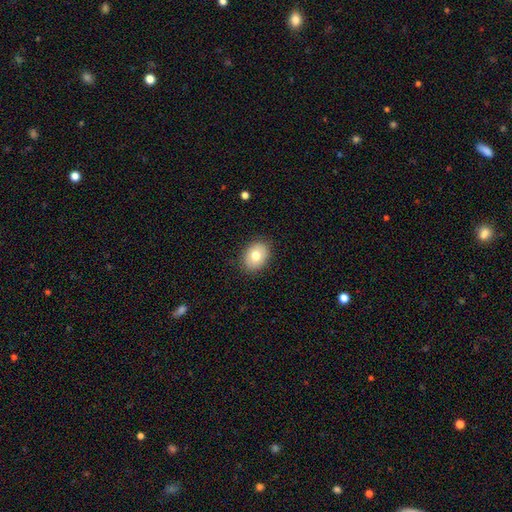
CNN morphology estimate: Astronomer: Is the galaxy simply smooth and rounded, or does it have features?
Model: smooth — 75%.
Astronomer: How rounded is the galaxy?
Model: in between — 62% (runner-up: round, 37%).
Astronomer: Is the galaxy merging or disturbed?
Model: none — 87%.